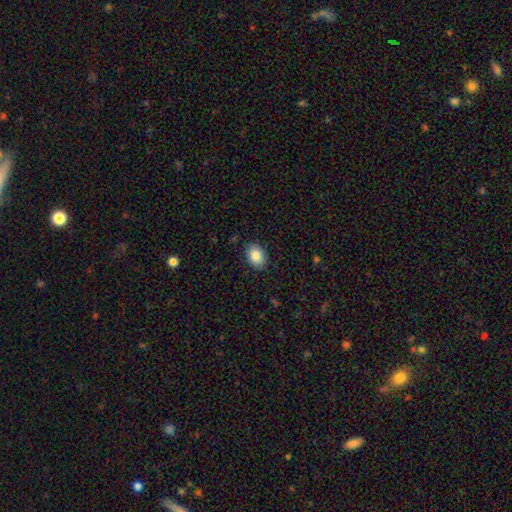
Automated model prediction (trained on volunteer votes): This is clearly a smooth galaxy (87%). How rounded: clearly in between (83%). Merging: clearly none (87%).